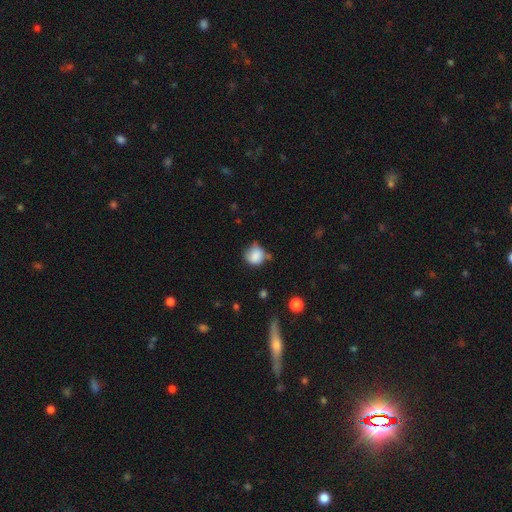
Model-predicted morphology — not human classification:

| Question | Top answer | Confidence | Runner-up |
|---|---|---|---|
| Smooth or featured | smooth | 82% | star or artifact (10%) |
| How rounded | round | 77% | in between (22%) |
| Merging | none | 49% | minor disturbance (35%) |